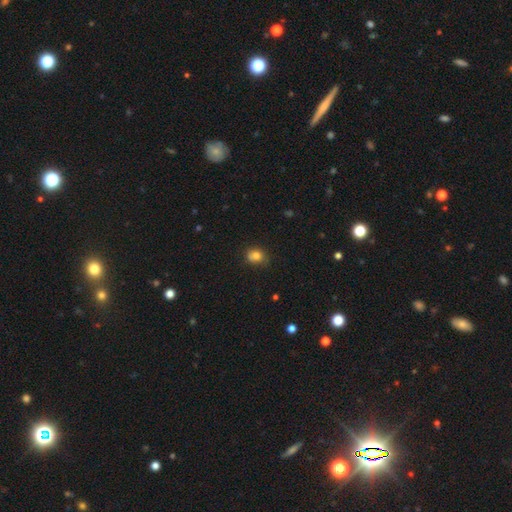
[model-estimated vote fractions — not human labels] A smooth galaxy with no disk features (80%) that is round (62%).

Vote fractions:
- Smooth or featured? smooth: 80% / star or artifact: 11% / featured or disk: 8%
- How rounded? round: 62% / in between: 37% / cigar-shaped: 1%
- Merging? none: 70% / minor disturbance: 22% / major disturbance: 5% / merger: 3%